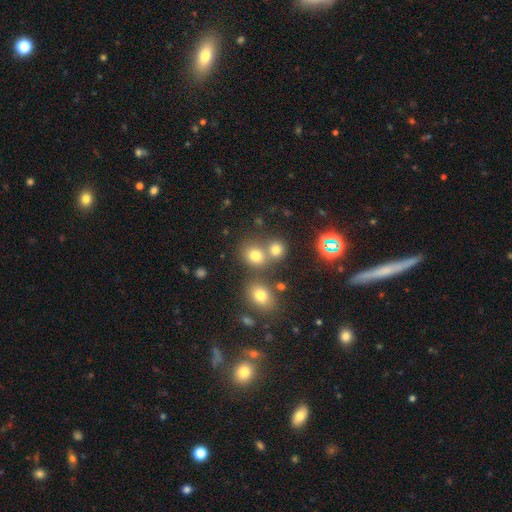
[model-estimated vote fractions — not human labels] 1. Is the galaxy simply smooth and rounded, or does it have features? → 73% smooth, 18% star or artifact, 9% featured or disk.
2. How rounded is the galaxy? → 75% round, 24% in between, 1% cigar-shaped.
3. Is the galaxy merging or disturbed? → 56% none, 32% merger, 8% minor disturbance, 4% major disturbance.